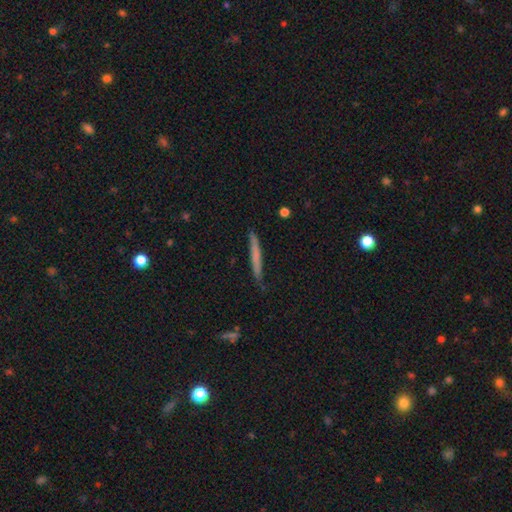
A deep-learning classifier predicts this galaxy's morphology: Smooth or featured? Predicted: smooth (p=0.60). How rounded? Predicted: cigar-shaped (p=0.96). Merging? Predicted: none (p=0.81).